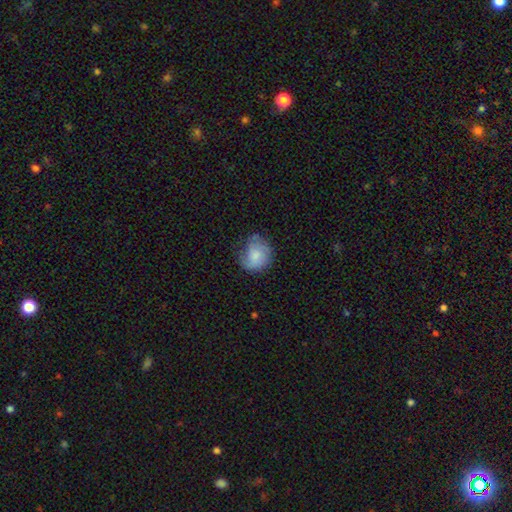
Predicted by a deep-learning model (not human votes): Smooth or featured? smooth (64%)
How rounded? round (70%)
Merging? none (51%)